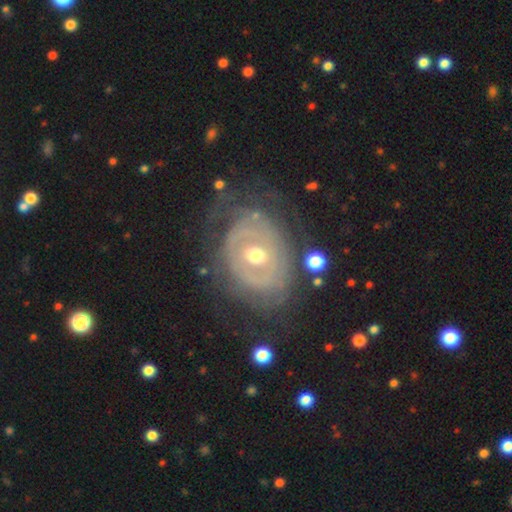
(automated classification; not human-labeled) featured or disk 77%, smooth 17%, star or artifact 6%. Down the decision tree: edge-on disk — no (95%); bar — no (61%); spiral arms — yes (53%); bulge size — moderate (67%); merging — none (68%).